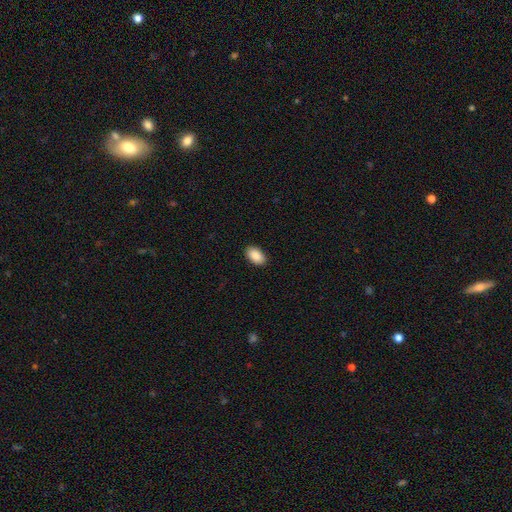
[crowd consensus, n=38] Q: Smooth or featured?
A: smooth (92%); runner-up: star or artifact (5%)
Q: How rounded?
A: in between (97%); runner-up: round (3%)
Q: Merging?
A: none (94%); runner-up: minor disturbance (6%)